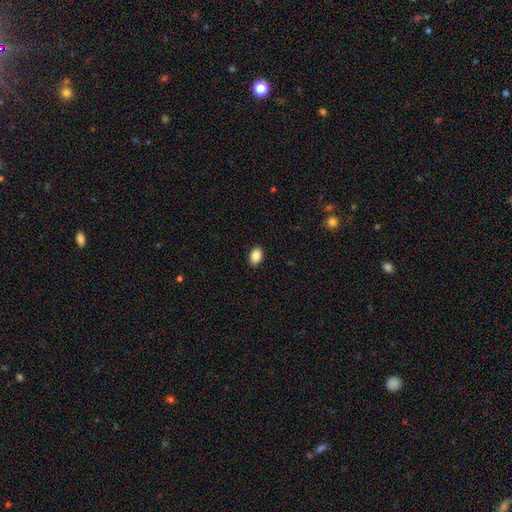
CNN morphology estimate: The model was most divided on "how rounded": in between: 85%, round: 13%, cigar-shaped: 1%. More confident: merging — none (90%); smooth or featured — smooth (87%).